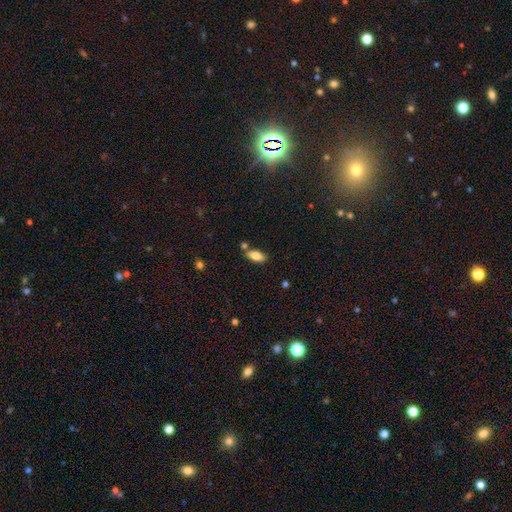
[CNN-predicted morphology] smooth 81%, featured or disk 12%, star or artifact 8%. Down the decision tree: how rounded — in between (88%); merging — none (71%).